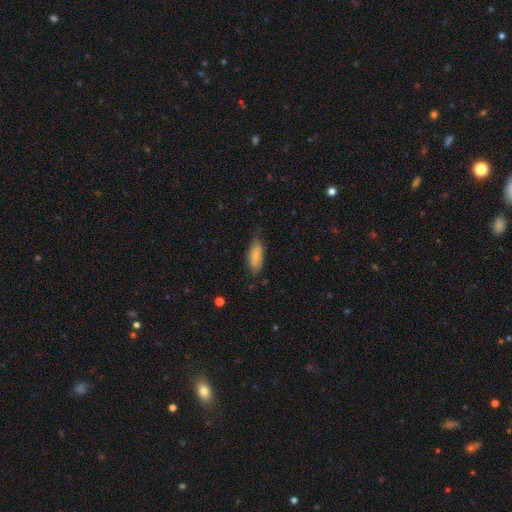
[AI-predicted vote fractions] smooth 79%, featured or disk 15%, star or artifact 6%. Down the decision tree: how rounded — in between (77%); merging — none (69%).